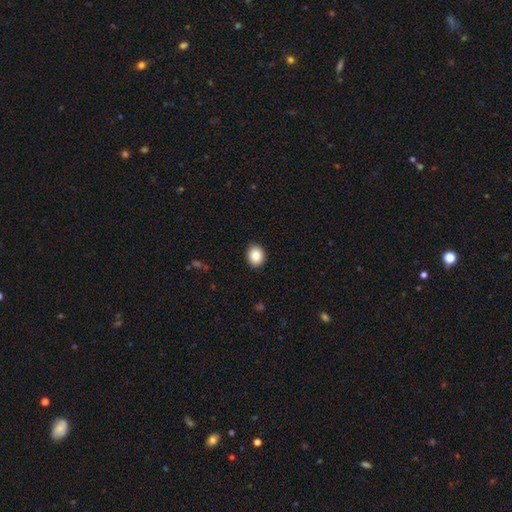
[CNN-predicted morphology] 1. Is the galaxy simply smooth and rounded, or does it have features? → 88% smooth, 8% star or artifact, 4% featured or disk.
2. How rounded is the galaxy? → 62% round, 37% in between, 1% cigar-shaped.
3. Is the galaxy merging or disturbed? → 91% none, 6% minor disturbance, 2% major disturbance, 1% merger.